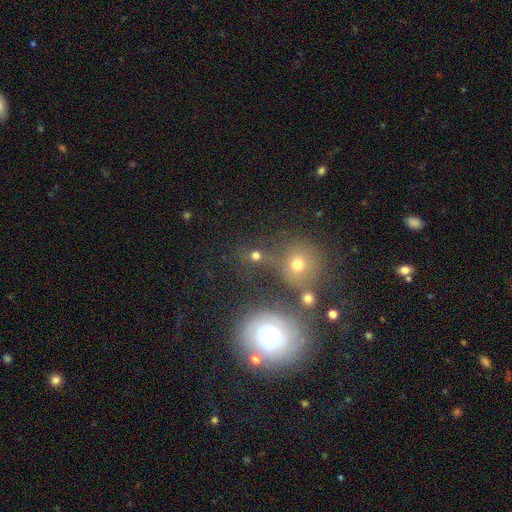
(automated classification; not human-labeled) Smooth or featured: smooth — 65% (star or artifact — 23%)
How rounded: round — 80% (in between — 18%)
Merging: none — 58% (merger — 23%)